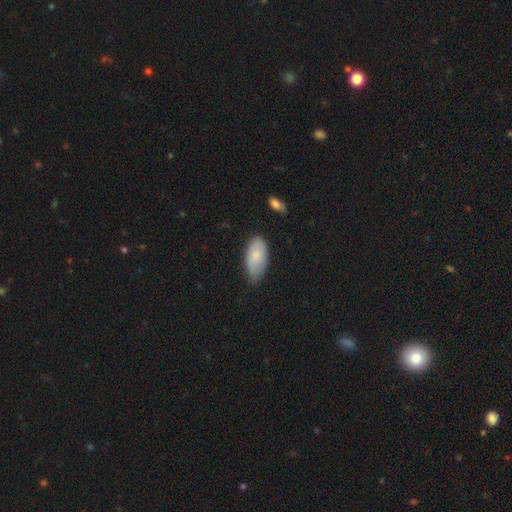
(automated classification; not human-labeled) smooth_or_featured: smooth (p=0.78) [alt: featured or disk p=0.16]
how_rounded: in between (p=0.93) [alt: cigar-shaped p=0.04]
merging: none (p=0.58) [alt: minor disturbance p=0.35]